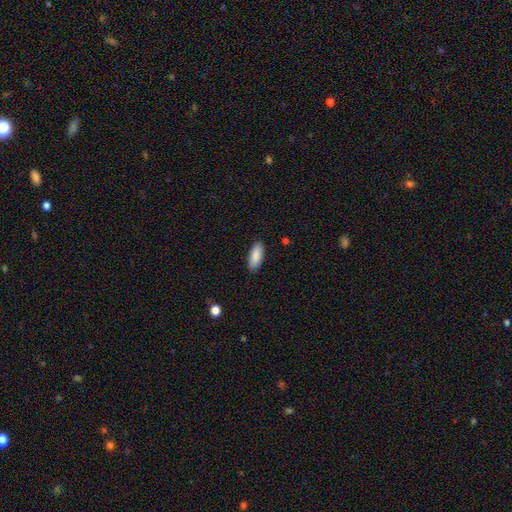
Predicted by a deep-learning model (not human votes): smooth 88%, star or artifact 6%, featured or disk 6%. Down the decision tree: how rounded — in between (78%); merging — none (88%).